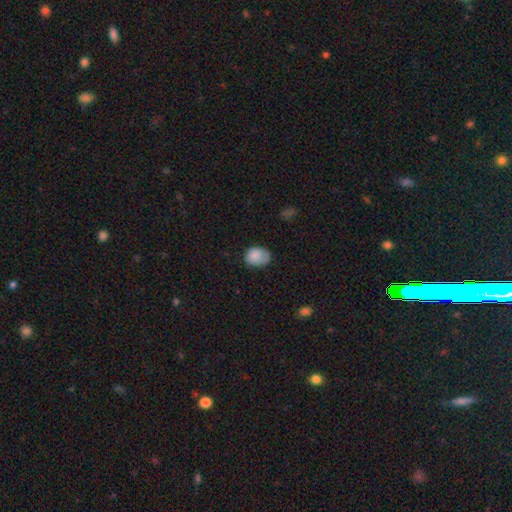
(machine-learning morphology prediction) smooth 84%, star or artifact 8%, featured or disk 8%. Down the decision tree: how rounded — in between (60%); merging — none (58%).